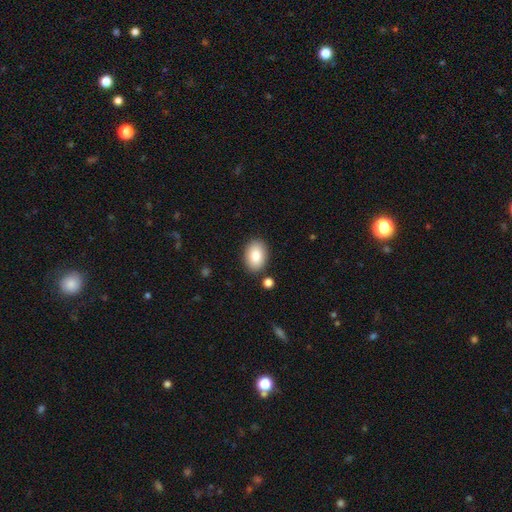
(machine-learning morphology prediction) type=smooth (84%); roundness=in between (85%); merging=none (85%).